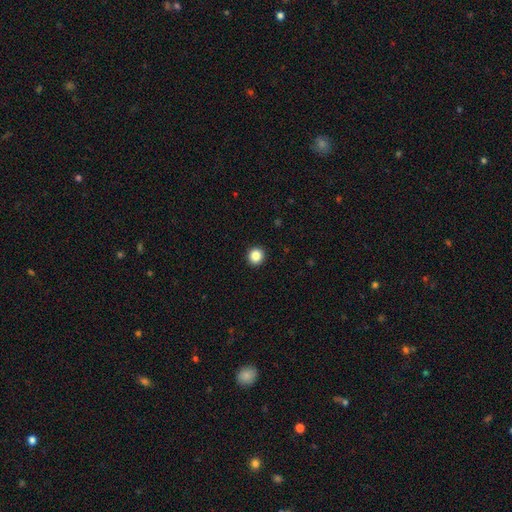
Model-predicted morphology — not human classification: A smooth galaxy with no disk features (86%) that is round (92%).

Vote fractions:
- Smooth or featured? smooth: 86% / star or artifact: 10% / featured or disk: 4%
- How rounded? round: 92% / in between: 7% / cigar-shaped: 1%
- Merging? none: 93% / minor disturbance: 4% / major disturbance: 1% / merger: 1%